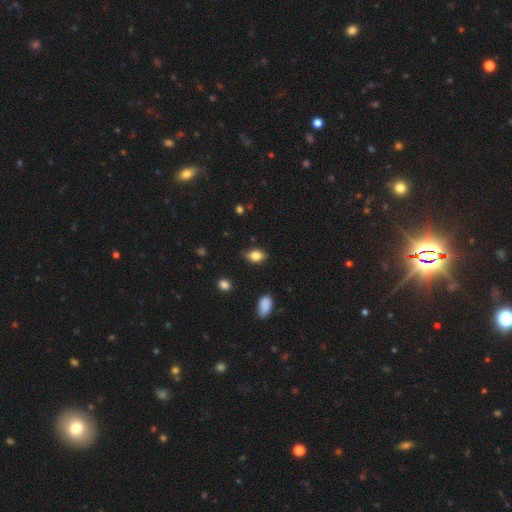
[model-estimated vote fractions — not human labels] A smooth galaxy with no disk features (78%) that is in between round and cigar-shaped (81%). Merging: none (72%).